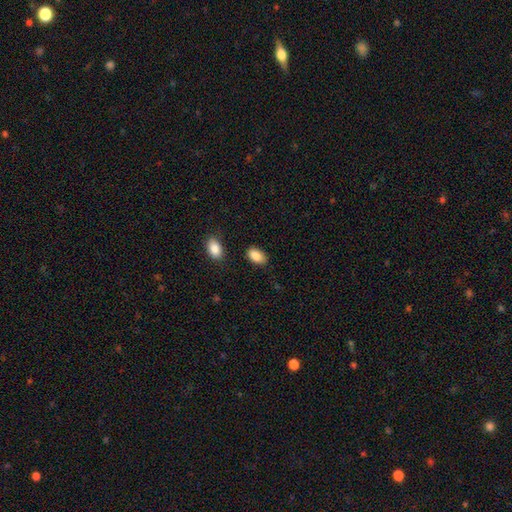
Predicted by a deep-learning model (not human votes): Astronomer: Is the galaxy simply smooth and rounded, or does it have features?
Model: smooth — 89%.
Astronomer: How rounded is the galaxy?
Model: in between — 91%.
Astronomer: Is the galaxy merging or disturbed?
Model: none — 83%.